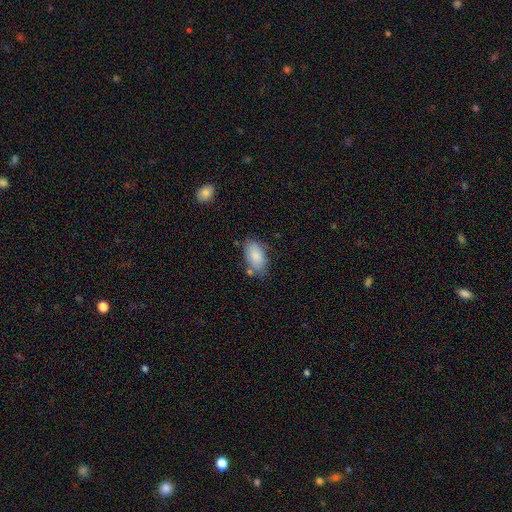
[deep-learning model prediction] Smooth or featured: smooth — 86% (featured or disk — 7%)
How rounded: in between — 94% (round — 4%)
Merging: none — 69% (minor disturbance — 19%)